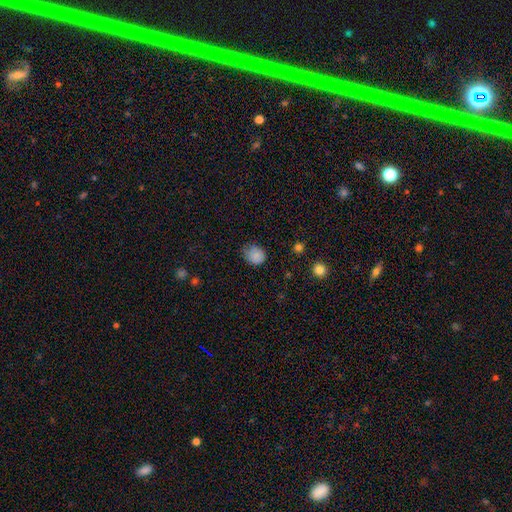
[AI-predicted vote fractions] Overall: smooth (84%). How rounded: round (66%; in between 34%). Merging: none (62%; minor disturbance 31%).